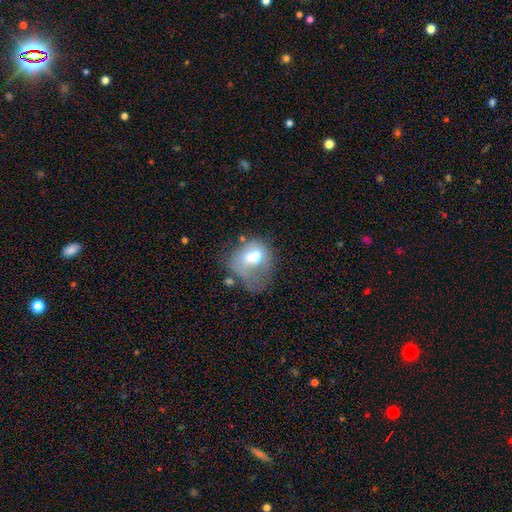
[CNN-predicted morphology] Q: Smooth or featured?
A: smooth (57%); runner-up: featured or disk (33%)
Q: How rounded?
A: round (50%); runner-up: in between (48%)
Q: Merging?
A: major disturbance (40%); runner-up: minor disturbance (21%)